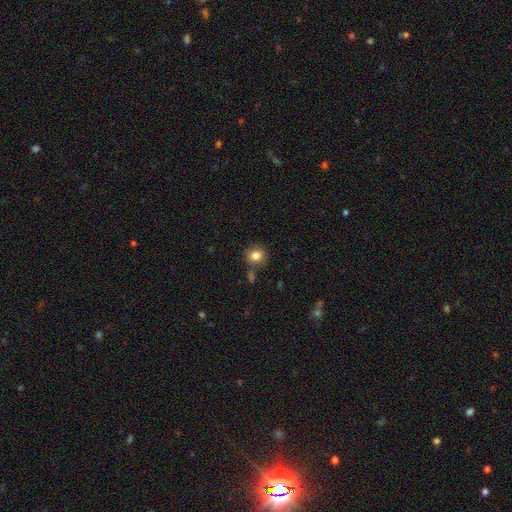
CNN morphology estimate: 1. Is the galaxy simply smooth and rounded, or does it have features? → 83% smooth, 11% star or artifact, 7% featured or disk.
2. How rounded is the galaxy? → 82% round, 17% in between, 1% cigar-shaped.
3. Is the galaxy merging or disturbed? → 80% none, 11% minor disturbance, 6% merger, 3% major disturbance.